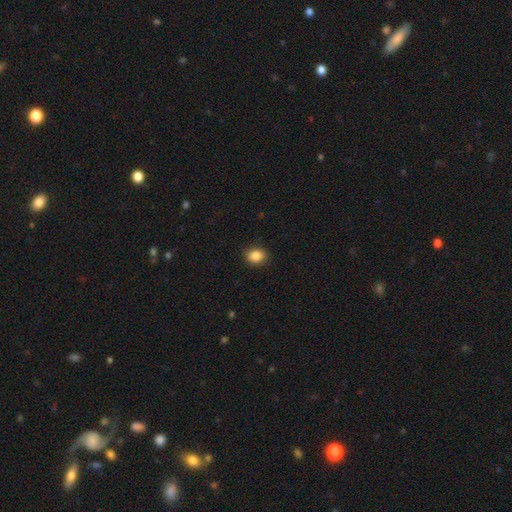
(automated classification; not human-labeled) Morphology: type=smooth (87%); roundness=round (58%); merging=none (88%).